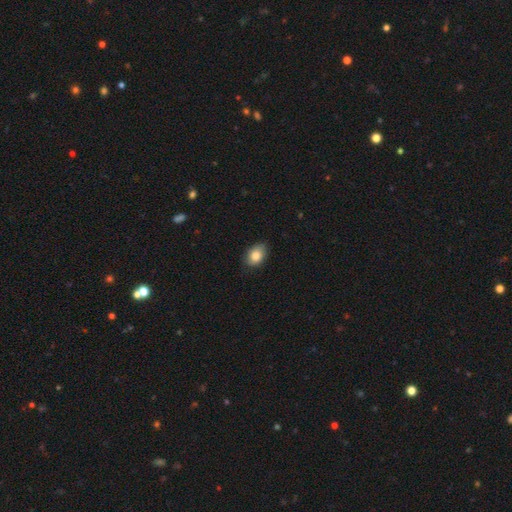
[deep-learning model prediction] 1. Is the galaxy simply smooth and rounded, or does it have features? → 83% smooth, 10% featured or disk, 7% star or artifact.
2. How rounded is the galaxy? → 79% in between, 20% round, 1% cigar-shaped.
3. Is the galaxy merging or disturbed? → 79% none, 17% minor disturbance, 3% major disturbance, 1% merger.